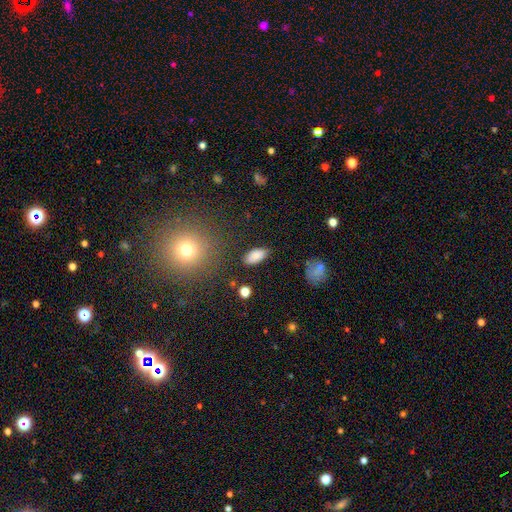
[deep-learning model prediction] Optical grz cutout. It shows a smooth galaxy with no disk features (86%) that is in between round and cigar-shaped (92%). Merging: none (83%).